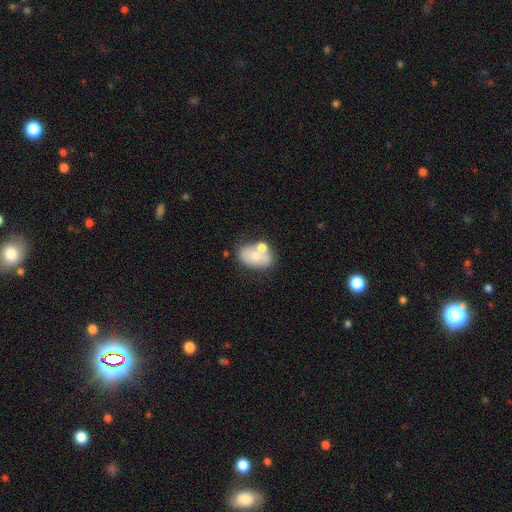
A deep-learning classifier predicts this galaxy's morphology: Smooth or featured?
  - smooth: 57% *
  - featured or disk: 34%
  - star or artifact: 9%
How rounded?
  - in between: 78% *
  - round: 20%
  - cigar-shaped: 1%
Merging?
  - none: 42% *
  - merger: 33%
  - minor disturbance: 17%
  - major disturbance: 7%